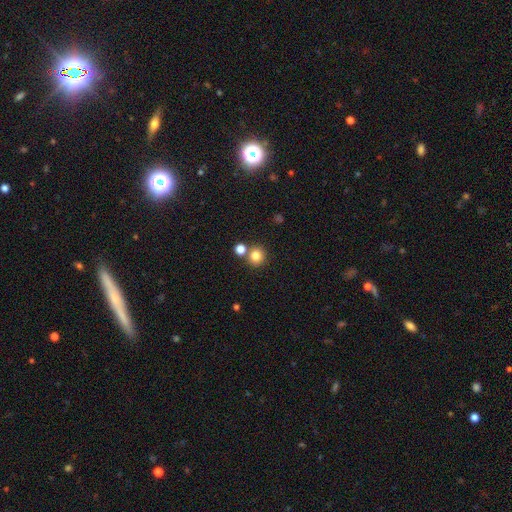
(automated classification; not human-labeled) smooth-or-featured: smooth: 81% | star or artifact: 13% | featured or disk: 6%
  how-rounded: round: 92% | in between: 7% | cigar-shaped: 1%
  merging: none: 72% | merger: 19% | minor disturbance: 7% | major disturbance: 2%